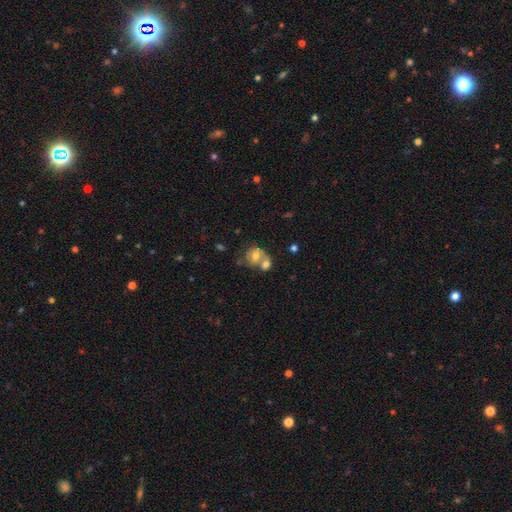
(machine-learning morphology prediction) A smooth galaxy with no disk features (50%) that is round (56%).

Vote fractions:
- Smooth or featured? smooth: 50% / featured or disk: 41% / star or artifact: 9%
- How rounded? round: 56% / in between: 43% / cigar-shaped: 1%
- Merging? merger: 61% / none: 22% / minor disturbance: 10% / major disturbance: 6%